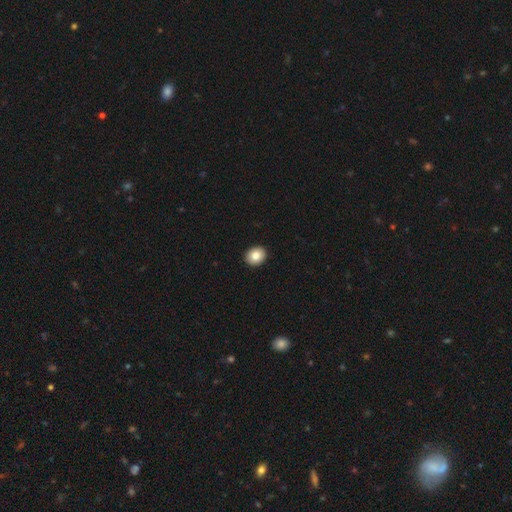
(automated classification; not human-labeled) Overall: smooth (84%). How rounded: round (58%; in between 41%). Merging: none (93%).